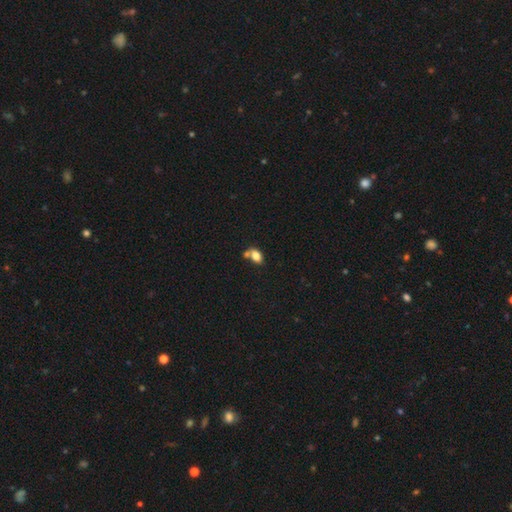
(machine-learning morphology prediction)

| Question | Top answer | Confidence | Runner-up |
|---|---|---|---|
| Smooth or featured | smooth | 80% | featured or disk (10%) |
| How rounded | in between | 86% | round (12%) |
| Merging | none | 45% | merger (38%) |